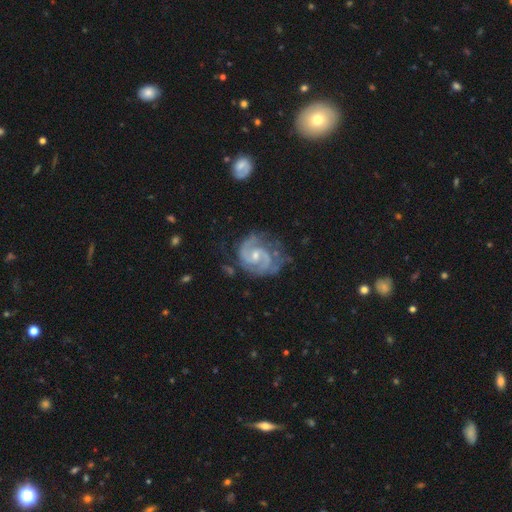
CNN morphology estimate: Overall: featured or disk (91%). Edge-on disk: no (98%). Bar: weak (50%; no 39%). Spiral arms: yes (98%). Spiral arm count: 2 (88%). Spiral winding: medium (53%; tight 37%). Bulge size: small (54%; moderate 41%). Merging: none (64%).